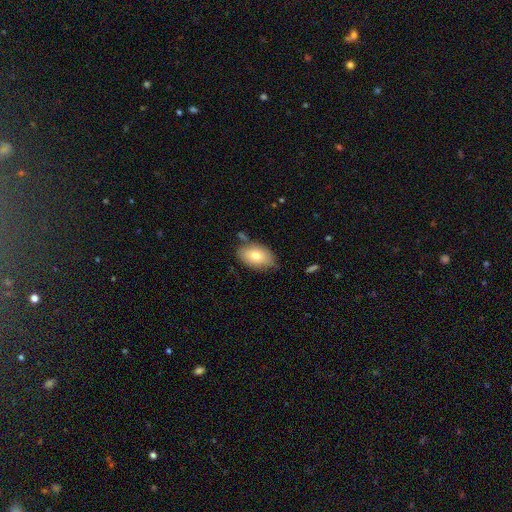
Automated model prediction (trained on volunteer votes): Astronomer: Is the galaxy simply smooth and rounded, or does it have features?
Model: smooth — 77%.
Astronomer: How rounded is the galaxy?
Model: in between — 90%.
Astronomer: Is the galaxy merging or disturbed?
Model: none — 70%.